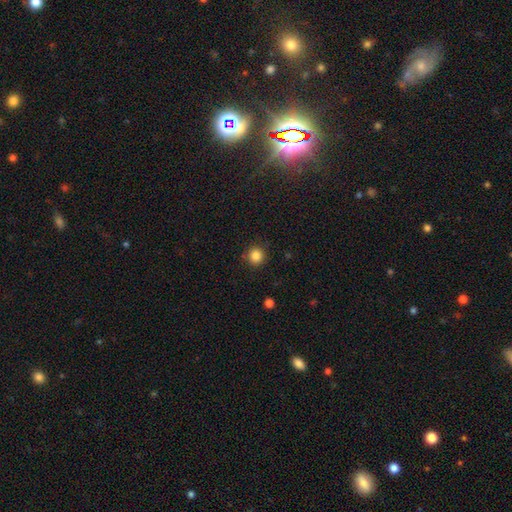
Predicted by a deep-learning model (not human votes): Smooth or featured: smooth — 85% (star or artifact — 11%)
How rounded: round — 93% (in between — 6%)
Merging: none — 88% (minor disturbance — 8%)